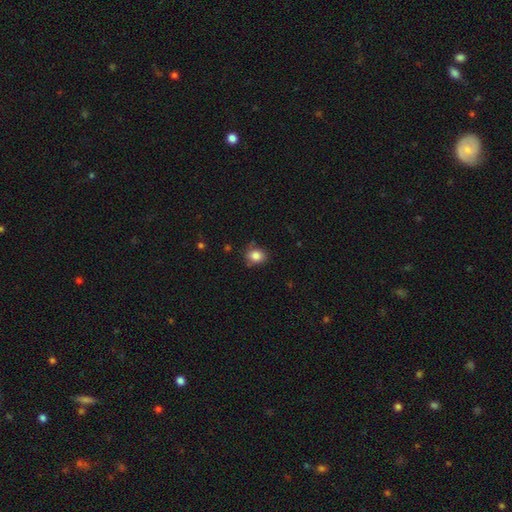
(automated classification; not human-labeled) smooth 84%, star or artifact 10%, featured or disk 6%. Down the decision tree: how rounded — round (63%); merging — none (75%).